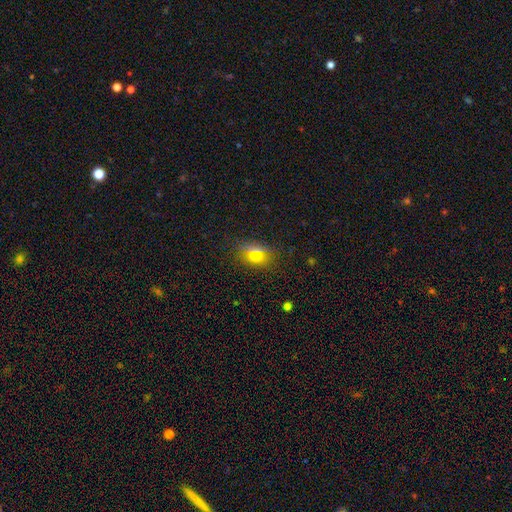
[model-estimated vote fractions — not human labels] A smooth galaxy with no disk features (67%) that is in between round and cigar-shaped (59%).

Vote fractions:
- Smooth or featured? smooth: 67% / star or artifact: 23% / featured or disk: 11%
- How rounded? in between: 59% / round: 37% / cigar-shaped: 4%
- Merging? none: 83% / minor disturbance: 10% / major disturbance: 4% / merger: 3%